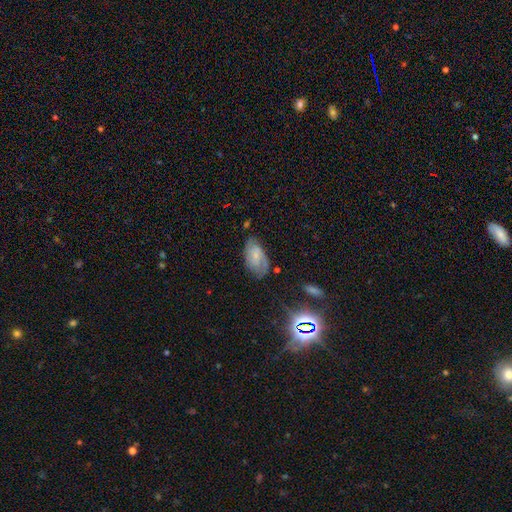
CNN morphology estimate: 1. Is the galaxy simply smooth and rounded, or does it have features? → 51% featured or disk, 39% smooth, 10% star or artifact.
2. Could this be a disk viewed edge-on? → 95% no, 5% yes.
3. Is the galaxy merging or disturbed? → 61% none, 27% minor disturbance, 10% major disturbance, 2% merger.